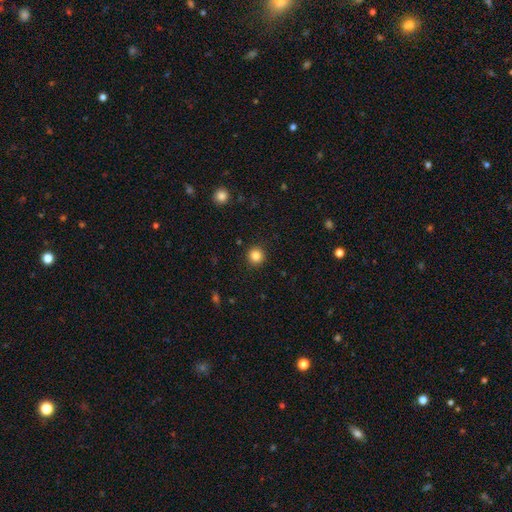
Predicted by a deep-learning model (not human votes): The model was most divided on "smooth or featured": smooth: 85%, star or artifact: 11%, featured or disk: 4%. More confident: how rounded — round (94%); merging — none (92%).